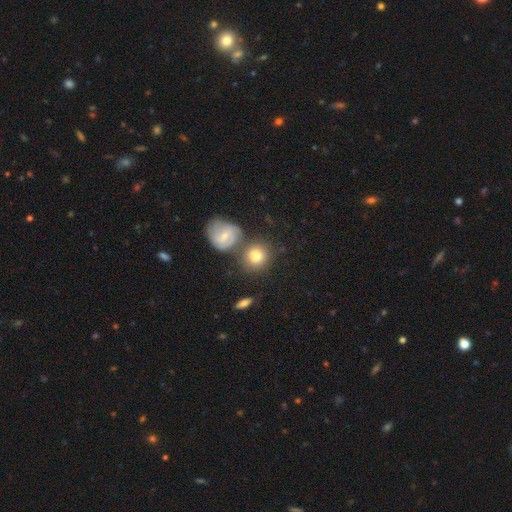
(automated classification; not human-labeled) The model was most divided on "merging": none: 65%, merger: 19%, minor disturbance: 12%, major disturbance: 4%. More confident: how rounded — round (86%); smooth or featured — smooth (76%).